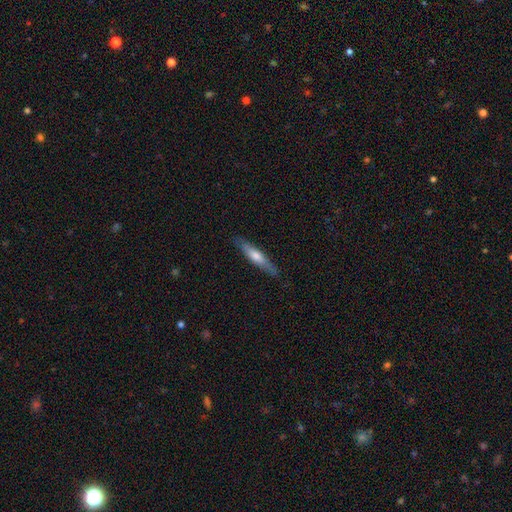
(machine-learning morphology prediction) Smooth or featured?
  - featured or disk: 48% *
  - smooth: 46%
  - star or artifact: 6%
Merging?
  - none: 85% *
  - minor disturbance: 12%
  - major disturbance: 2%
  - merger: 1%